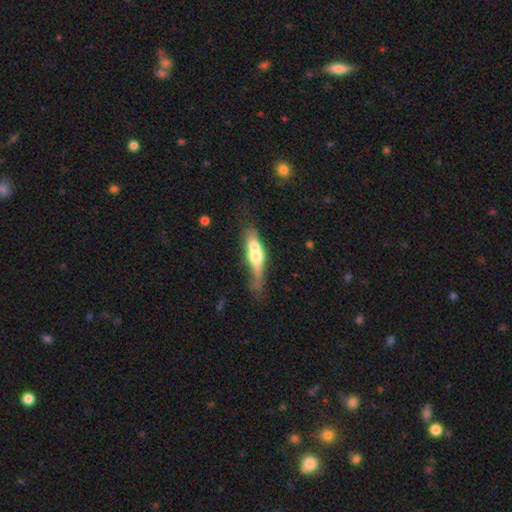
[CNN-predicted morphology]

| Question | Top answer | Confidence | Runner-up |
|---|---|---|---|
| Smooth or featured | smooth | 47% | featured or disk (46%) |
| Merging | merger | 40% | none (28%) |